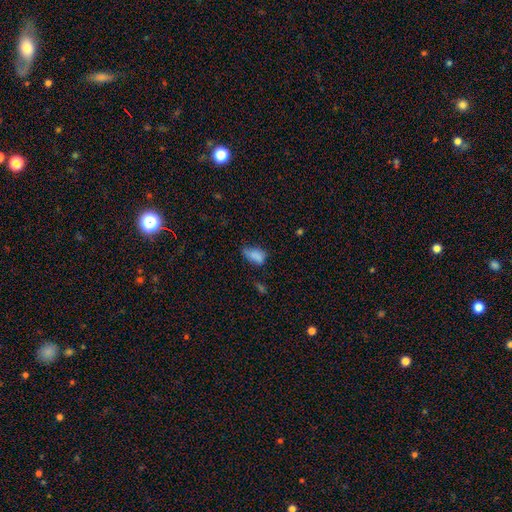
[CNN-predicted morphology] Q: Smooth or featured?
A: smooth (80%); runner-up: star or artifact (11%)
Q: How rounded?
A: in between (89%); runner-up: round (7%)
Q: Merging?
A: minor disturbance (41%); runner-up: none (36%)